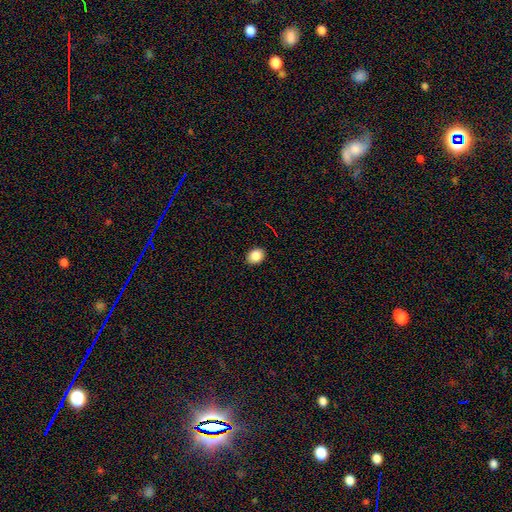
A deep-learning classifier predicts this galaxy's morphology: Overall: smooth (86%). How rounded: in between (50%; round 49%). Merging: none (90%).